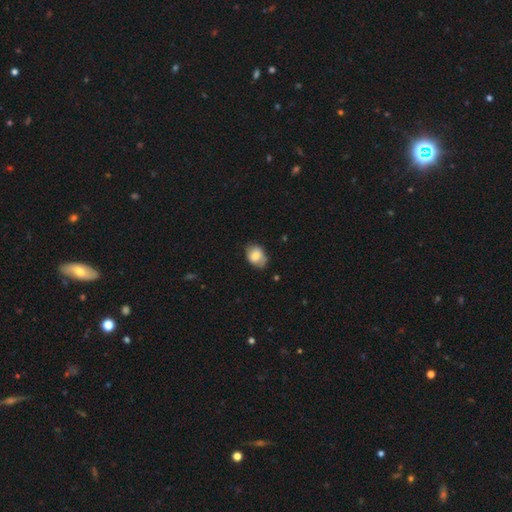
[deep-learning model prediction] Smooth or featured?
  - smooth: 72% *
  - featured or disk: 20%
  - star or artifact: 8%
How rounded?
  - in between: 69% *
  - round: 30%
  - cigar-shaped: 1%
Merging?
  - none: 64% *
  - minor disturbance: 28%
  - major disturbance: 6%
  - merger: 2%